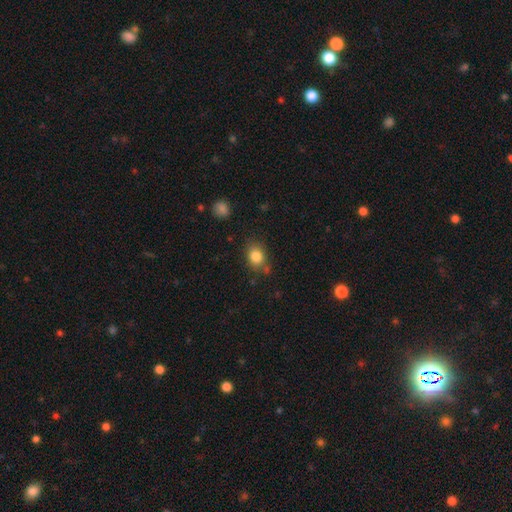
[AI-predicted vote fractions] Smooth or featured? smooth (84%)
How rounded? in between (52%)
Merging? none (71%)